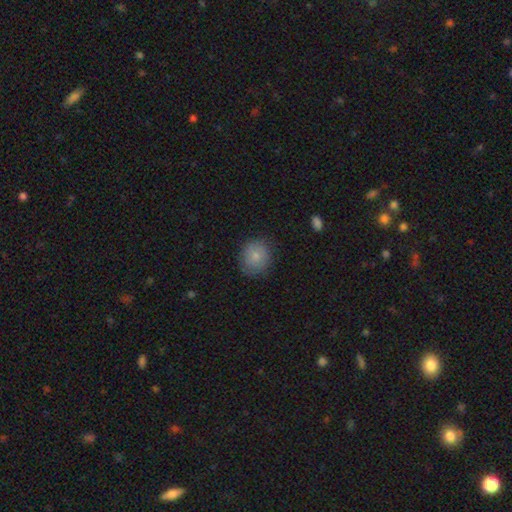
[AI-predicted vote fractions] A smooth galaxy with no disk features (79%) that is round (74%). Merging: none (79%).